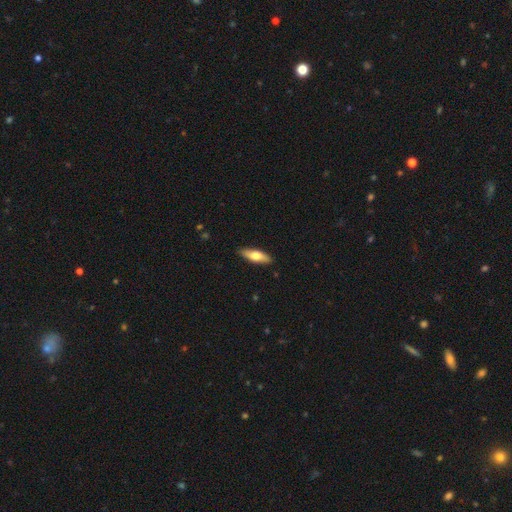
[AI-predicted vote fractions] This appears to be a smooth galaxy with no disk features (66%) that is in between round and cigar-shaped (53%). Merging: none (89%).